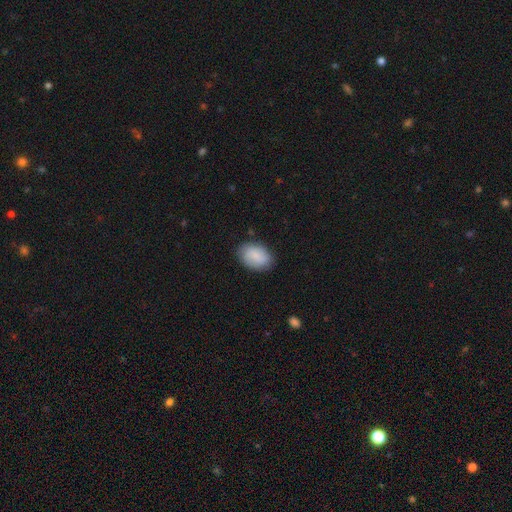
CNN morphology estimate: type=smooth (82%); roundness=in between (85%); merging=none (79%).